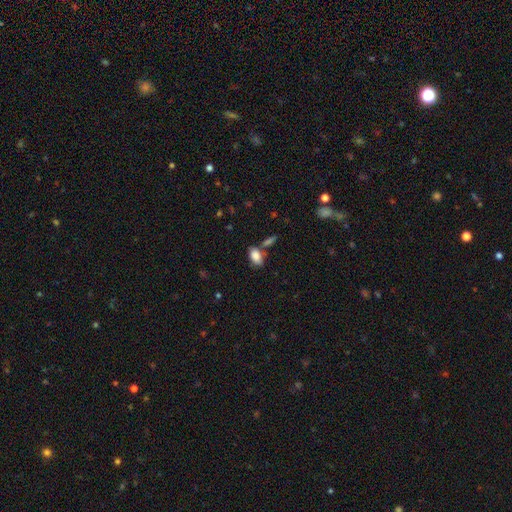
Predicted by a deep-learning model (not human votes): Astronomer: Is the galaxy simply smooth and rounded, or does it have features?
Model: smooth — 85%.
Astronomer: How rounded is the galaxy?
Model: in between — 91%.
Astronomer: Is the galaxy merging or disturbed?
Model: none — 59%.